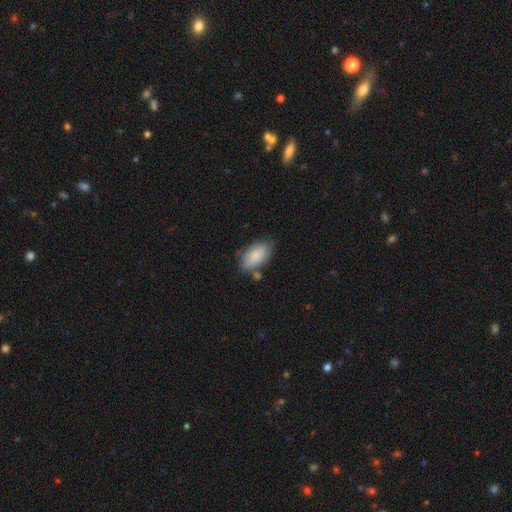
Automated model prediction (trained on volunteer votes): This is clearly a smooth galaxy (82%). How rounded: clearly in between (94%). Merging: likely none (64%).